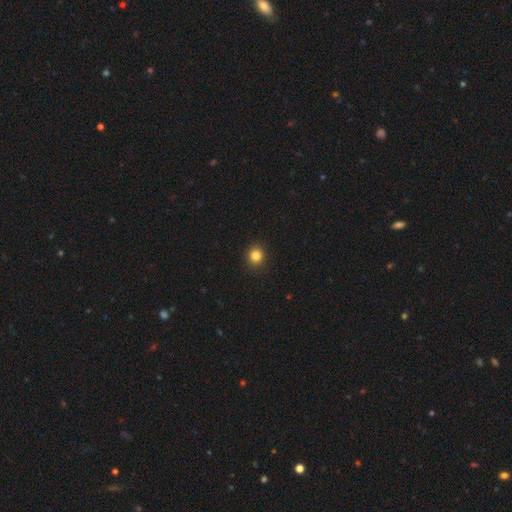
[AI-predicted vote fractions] A smooth galaxy with no disk features (84%) that is round (88%). Merging: none (92%).